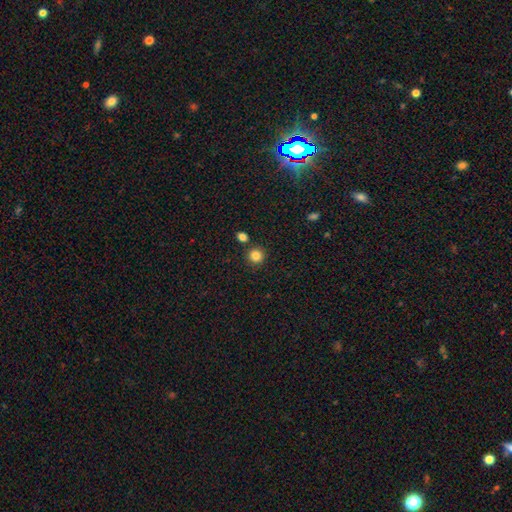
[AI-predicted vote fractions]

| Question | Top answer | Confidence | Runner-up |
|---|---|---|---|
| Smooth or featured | smooth | 84% | star or artifact (11%) |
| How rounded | round | 93% | in between (6%) |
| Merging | none | 85% | minor disturbance (7%) |